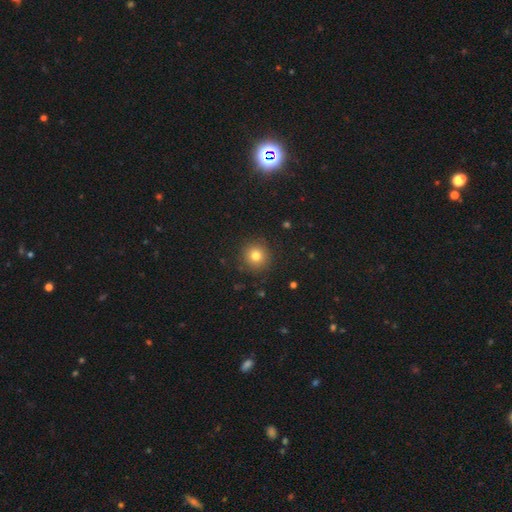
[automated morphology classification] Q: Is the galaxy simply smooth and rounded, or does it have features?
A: smooth — 79%.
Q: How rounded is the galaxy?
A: round — 94%.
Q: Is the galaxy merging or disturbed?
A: none — 90%.